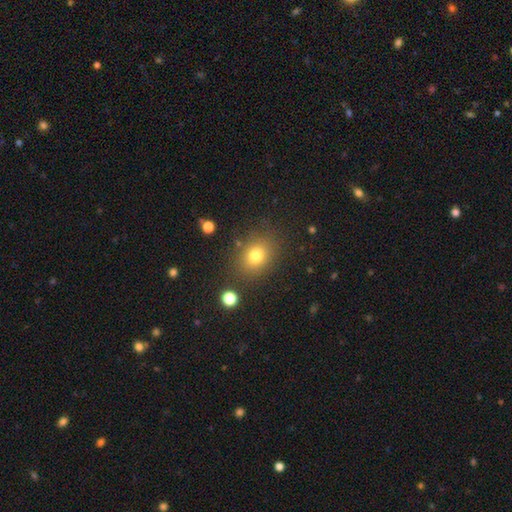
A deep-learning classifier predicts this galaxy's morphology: This is likely a smooth galaxy (78%). How rounded: possibly round (50%). Merging: clearly none (81%).